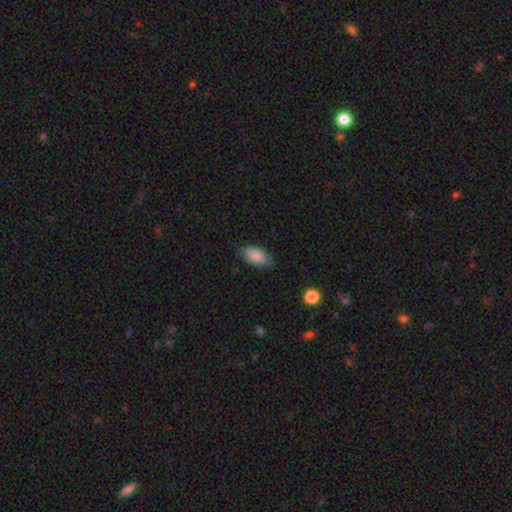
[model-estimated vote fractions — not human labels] smooth 87%, star or artifact 7%, featured or disk 6%. Down the decision tree: how rounded — in between (93%); merging — none (76%).